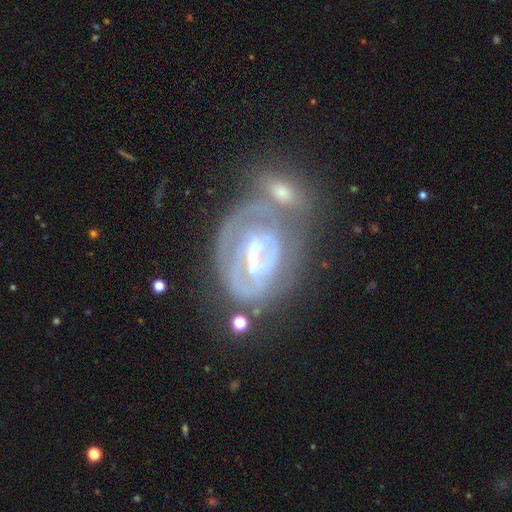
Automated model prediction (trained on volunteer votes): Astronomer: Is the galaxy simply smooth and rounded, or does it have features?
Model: featured or disk — 78%.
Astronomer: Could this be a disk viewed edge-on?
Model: no — 95%.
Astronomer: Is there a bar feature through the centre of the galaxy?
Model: strong — 46% (runner-up: weak, 35%).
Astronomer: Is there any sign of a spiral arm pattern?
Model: yes — 66%.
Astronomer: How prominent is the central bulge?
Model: small — 46% (runner-up: moderate, 37%).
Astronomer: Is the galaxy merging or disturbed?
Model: merger — 37% (runner-up: none, 33%).